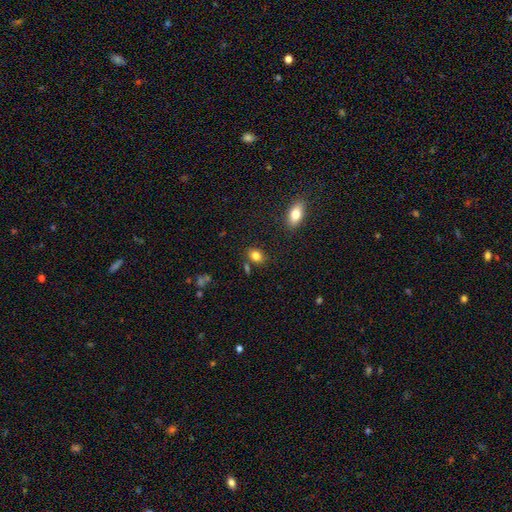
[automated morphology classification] Smooth or featured?
  - smooth: 82% *
  - star or artifact: 10%
  - featured or disk: 7%
How rounded?
  - in between: 67% *
  - round: 31%
  - cigar-shaped: 2%
Merging?
  - none: 78% *
  - minor disturbance: 12%
  - merger: 7%
  - major disturbance: 3%